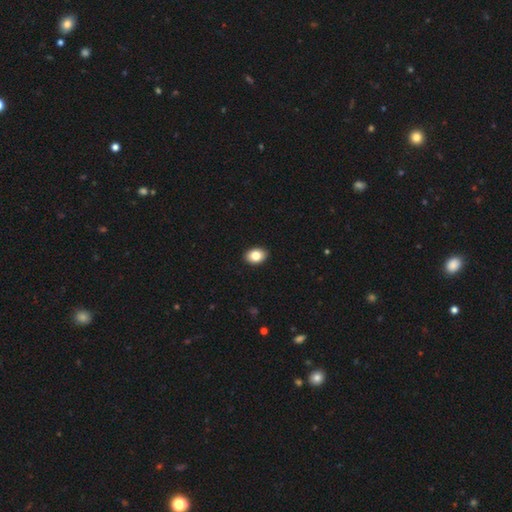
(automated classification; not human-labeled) Smooth or featured?
  - smooth: 84% *
  - featured or disk: 8%
  - star or artifact: 8%
How rounded?
  - in between: 79% *
  - round: 20%
  - cigar-shaped: 1%
Merging?
  - none: 91% *
  - minor disturbance: 6%
  - major disturbance: 1%
  - merger: 1%